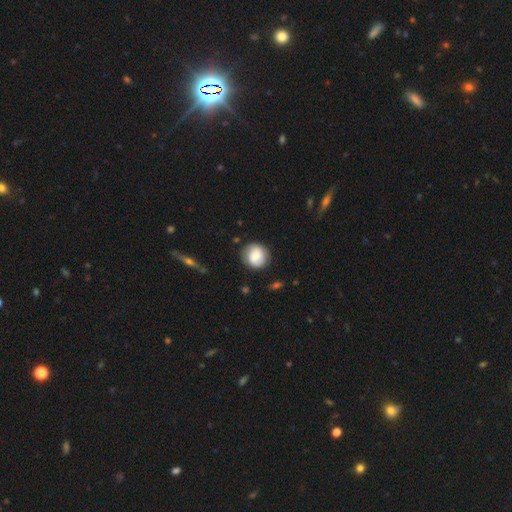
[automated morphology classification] This appears to be a smooth galaxy with no disk features (69%) that is round (88%). Merging: none (83%).